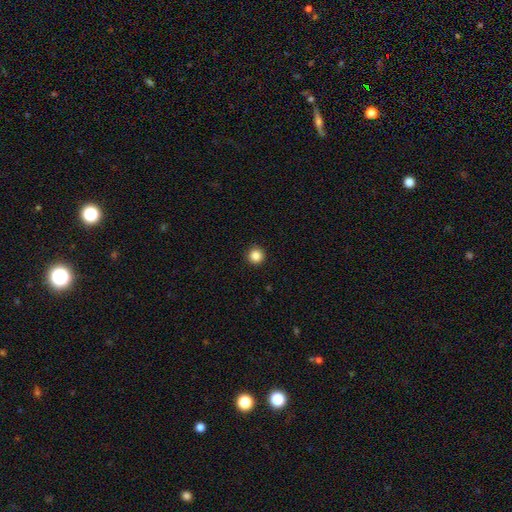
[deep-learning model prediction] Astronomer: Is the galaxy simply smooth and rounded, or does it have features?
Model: smooth — 86%.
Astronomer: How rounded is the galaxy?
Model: round — 96%.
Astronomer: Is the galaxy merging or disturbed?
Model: none — 93%.